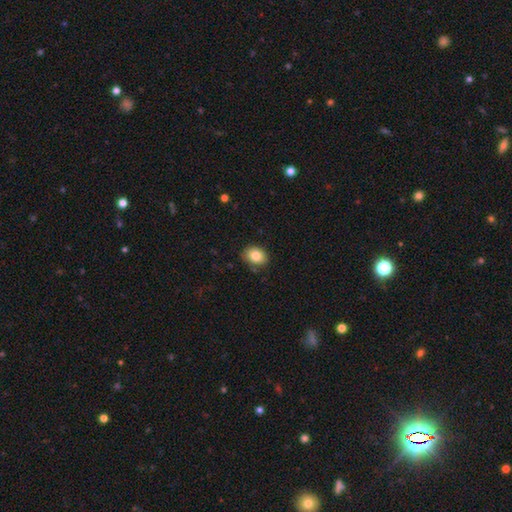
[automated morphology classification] Smooth or featured?
  - smooth: 84% *
  - star or artifact: 9%
  - featured or disk: 7%
How rounded?
  - in between: 61% *
  - round: 38%
  - cigar-shaped: 1%
Merging?
  - none: 84% *
  - minor disturbance: 12%
  - major disturbance: 2%
  - merger: 2%